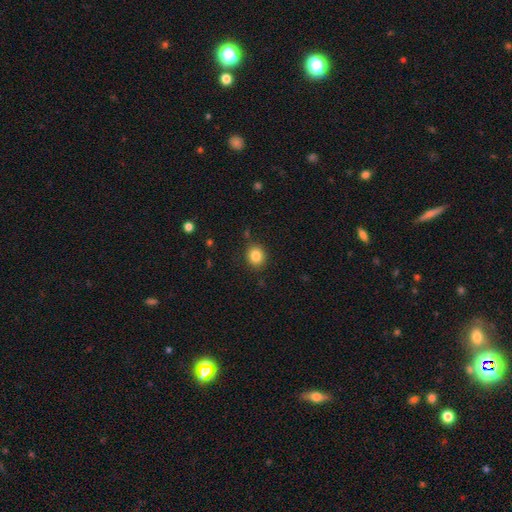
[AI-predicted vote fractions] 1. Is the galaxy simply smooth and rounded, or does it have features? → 84% smooth, 10% star or artifact, 6% featured or disk.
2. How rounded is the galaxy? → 78% round, 21% in between, 1% cigar-shaped.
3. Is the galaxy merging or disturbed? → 86% none, 9% minor disturbance, 3% major disturbance, 2% merger.